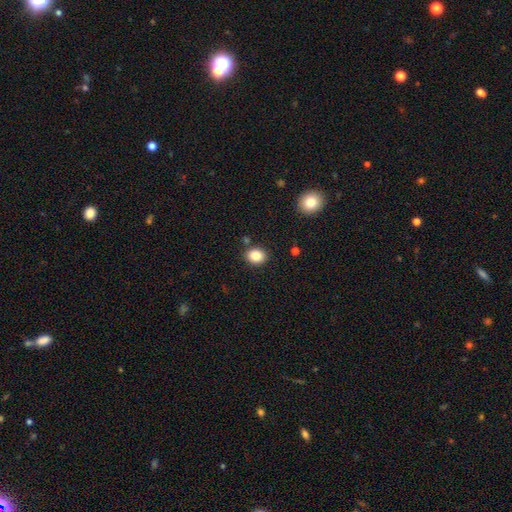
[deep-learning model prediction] Smooth or featured?
  - smooth: 84% *
  - star or artifact: 10%
  - featured or disk: 6%
How rounded?
  - round: 52% *
  - in between: 47%
  - cigar-shaped: 1%
Merging?
  - none: 85% *
  - minor disturbance: 9%
  - merger: 4%
  - major disturbance: 2%